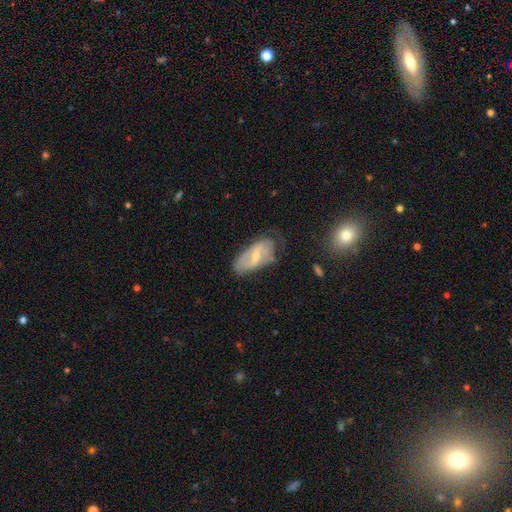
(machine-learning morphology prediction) Smooth or featured?
  - featured or disk: 59% *
  - smooth: 34%
  - star or artifact: 7%
Edge-on disk?
  - no: 92% *
  - yes: 8%
Bar?
  - weak: 52% *
  - strong: 24%
  - no: 24%
Spiral arms?
  - yes: 69% *
  - no: 31%
Bulge size?
  - small: 51% *
  - moderate: 41%
  - none: 5%
  - large: 2%
  - dominant: 1%
Merging?
  - none: 57% *
  - minor disturbance: 30%
  - major disturbance: 11%
  - merger: 3%